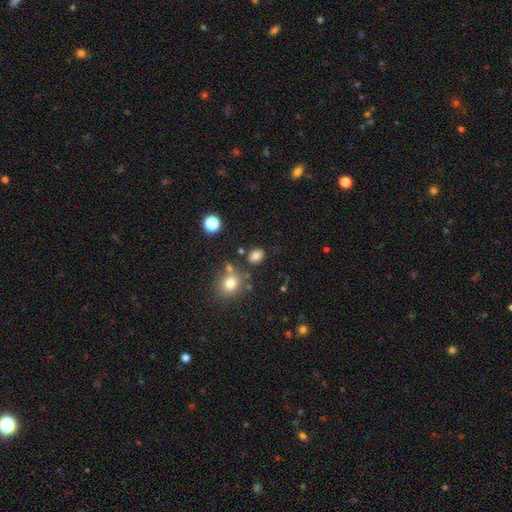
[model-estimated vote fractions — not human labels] Q: Smooth or featured?
A: smooth (79%); runner-up: star or artifact (14%)
Q: How rounded?
A: in between (65%); runner-up: round (33%)
Q: Merging?
A: none (77%); runner-up: minor disturbance (12%)